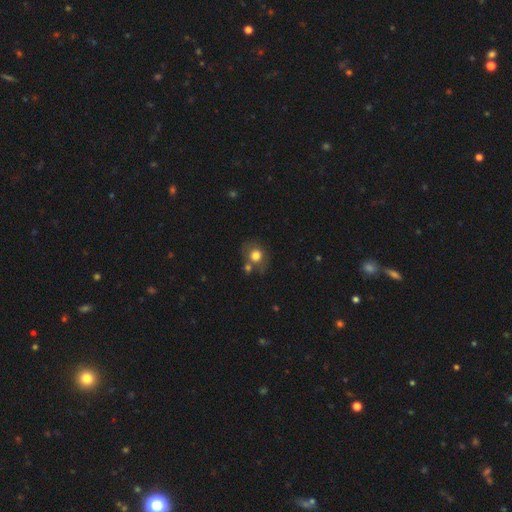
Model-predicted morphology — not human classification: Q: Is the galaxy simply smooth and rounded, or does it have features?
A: smooth — 76%.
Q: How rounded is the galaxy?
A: round — 73%.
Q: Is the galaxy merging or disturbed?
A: none — 58%.